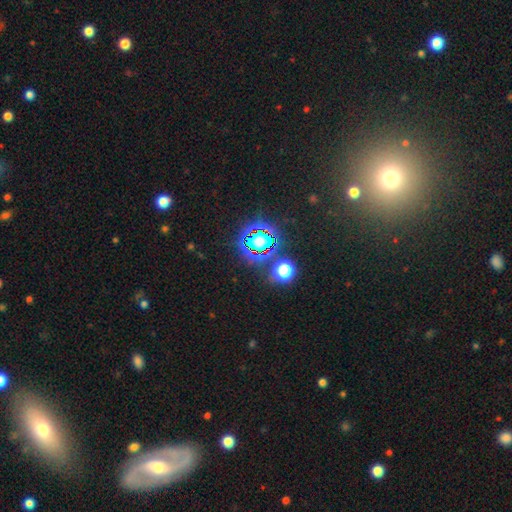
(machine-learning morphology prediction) Smooth or featured: star or artifact — 69% (smooth — 17%)